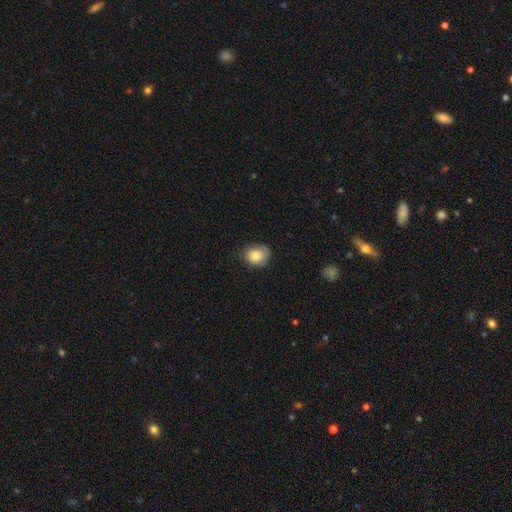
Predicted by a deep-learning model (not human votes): smooth-or-featured: smooth: 80% | featured or disk: 12% | star or artifact: 8%
  how-rounded: round: 60% | in between: 39% | cigar-shaped: 1%
  merging: none: 67% | minor disturbance: 25% | major disturbance: 7% | merger: 1%